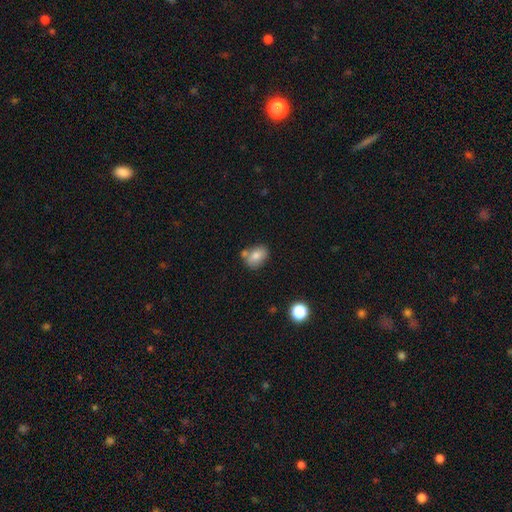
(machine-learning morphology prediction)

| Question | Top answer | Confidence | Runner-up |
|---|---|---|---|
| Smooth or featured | smooth | 78% | featured or disk (13%) |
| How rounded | in between | 74% | round (24%) |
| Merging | none | 61% | merger (19%) |